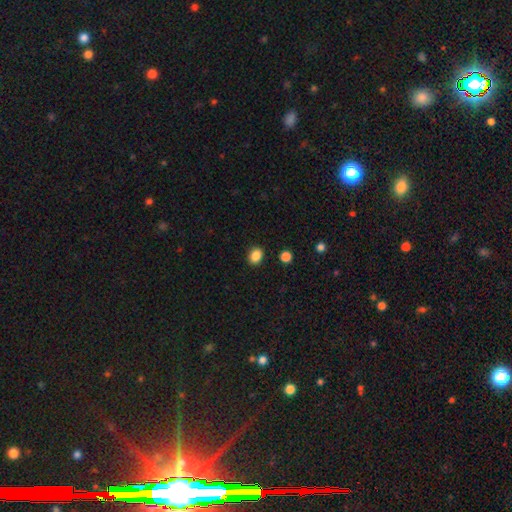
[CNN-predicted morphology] This appears to be a smooth galaxy with no disk features (87%) that is in between round and cigar-shaped (56%). Merging: none (89%).